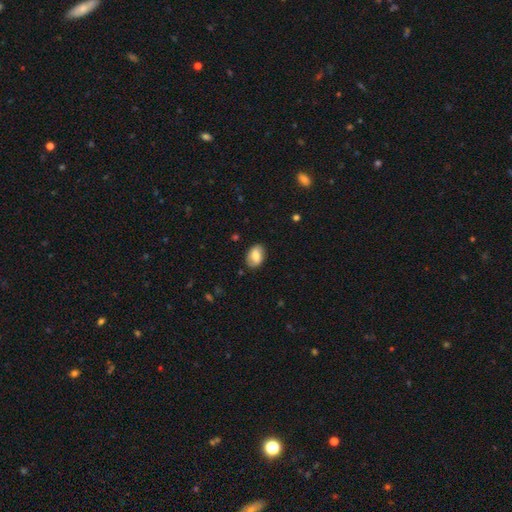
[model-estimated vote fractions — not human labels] Smooth or featured? Predicted: smooth (p=0.73). How rounded? Predicted: in between (p=0.86). Merging? Predicted: none (p=0.83).